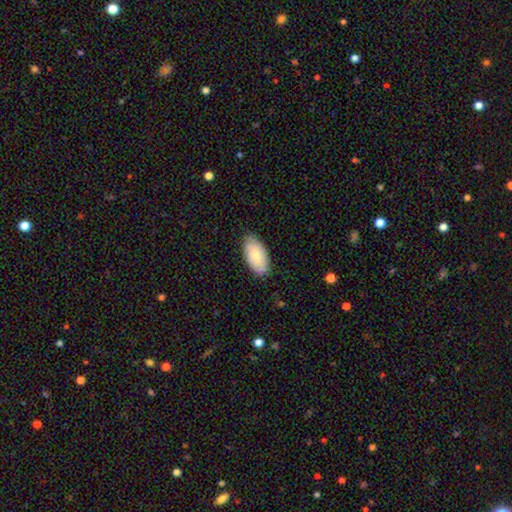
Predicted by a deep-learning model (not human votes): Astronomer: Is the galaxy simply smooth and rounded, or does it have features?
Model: smooth — 79%.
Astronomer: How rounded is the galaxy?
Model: in between — 95%.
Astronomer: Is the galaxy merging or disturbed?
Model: none — 83%.